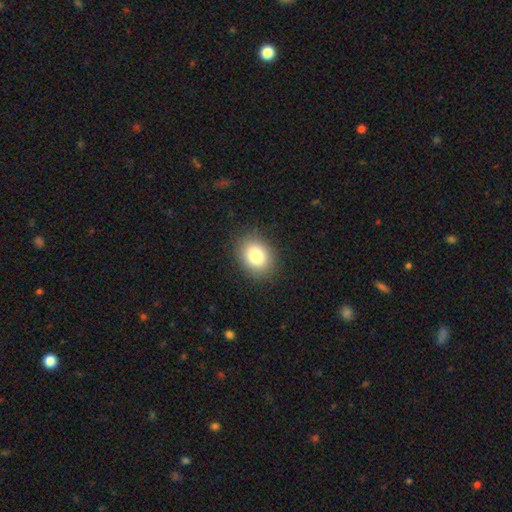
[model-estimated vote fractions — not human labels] Morphology: type=smooth (83%); roundness=in between (55%); merging=none (88%).